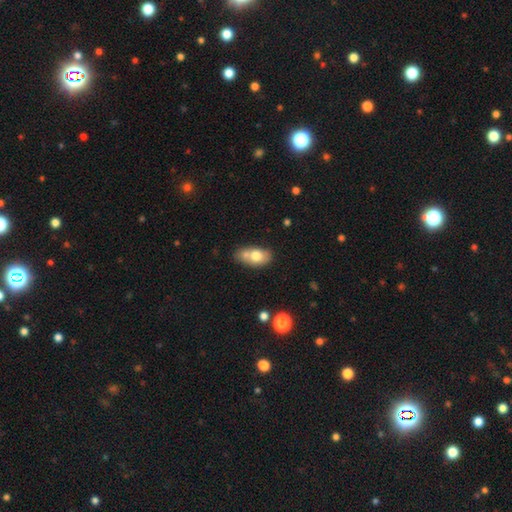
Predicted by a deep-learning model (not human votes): This is likely a smooth galaxy (69%). How rounded: clearly in between (84%). Merging: marginally none (42%).